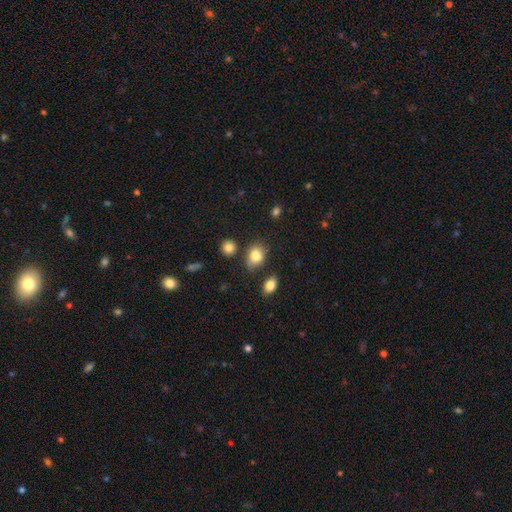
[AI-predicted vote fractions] Q: Smooth or featured?
A: smooth (82%); runner-up: star or artifact (10%)
Q: How rounded?
A: in between (62%); runner-up: round (37%)
Q: Merging?
A: none (66%); runner-up: minor disturbance (22%)